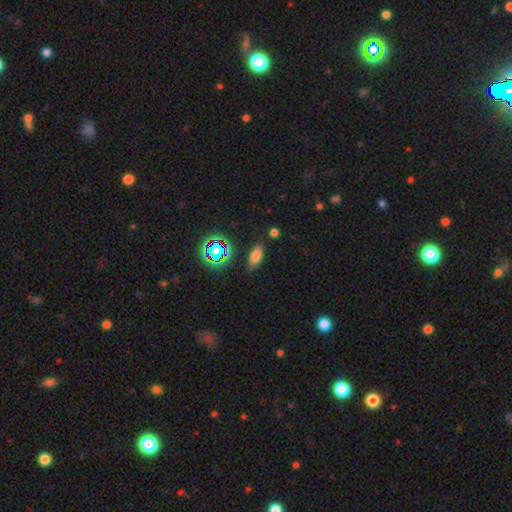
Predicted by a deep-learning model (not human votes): This is likely a smooth galaxy (73%). How rounded: likely in between (79%). Merging: clearly none (81%).